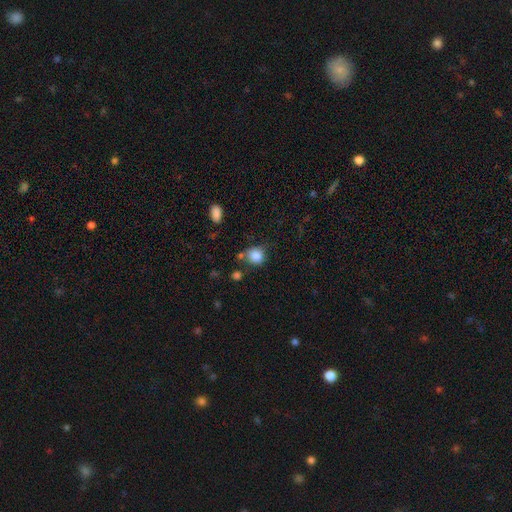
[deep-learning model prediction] smooth-or-featured: smooth: 85% | star or artifact: 10% | featured or disk: 5%
  how-rounded: round: 76% | in between: 23% | cigar-shaped: 1%
  merging: none: 64% | minor disturbance: 20% | merger: 9% | major disturbance: 6%